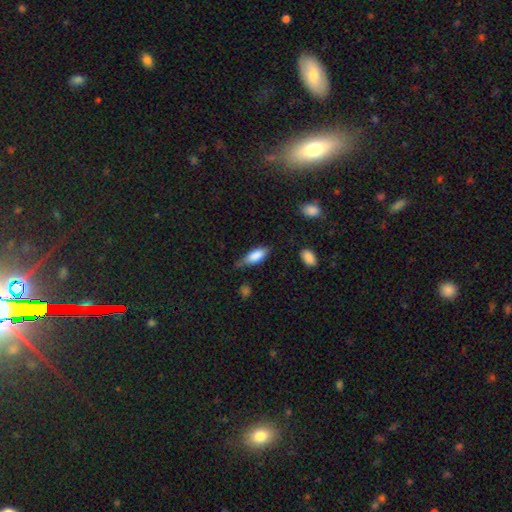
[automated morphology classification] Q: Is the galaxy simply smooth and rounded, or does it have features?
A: smooth — 79%.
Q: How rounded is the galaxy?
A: in between — 73%.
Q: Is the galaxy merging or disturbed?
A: none — 52%.